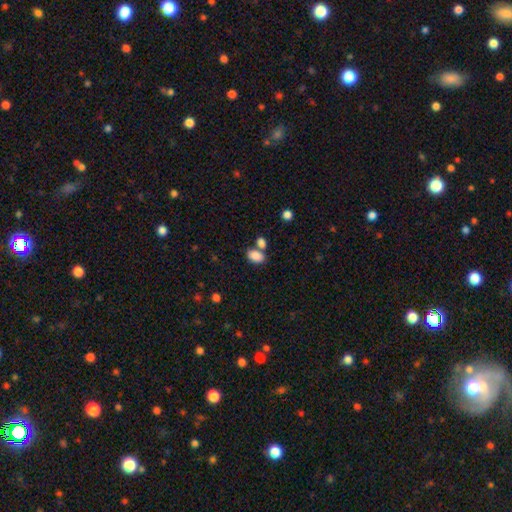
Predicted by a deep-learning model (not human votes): Smooth or featured?
  - smooth: 86% *
  - star or artifact: 8%
  - featured or disk: 6%
How rounded?
  - in between: 89% *
  - round: 10%
  - cigar-shaped: 1%
Merging?
  - none: 52% *
  - merger: 32%
  - minor disturbance: 11%
  - major disturbance: 4%